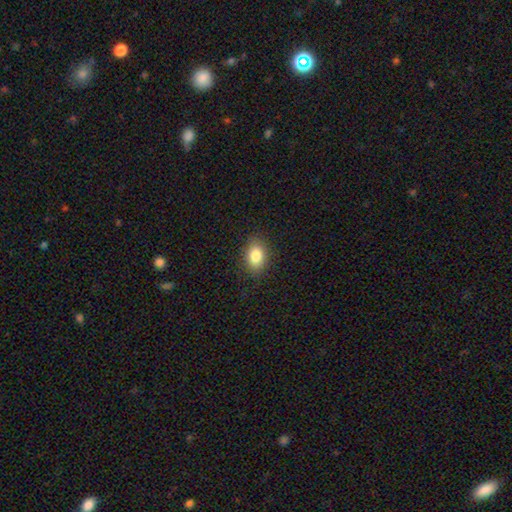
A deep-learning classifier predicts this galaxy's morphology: smooth 84%, star or artifact 9%, featured or disk 7%. Down the decision tree: how rounded — in between (81%); merging — none (87%).